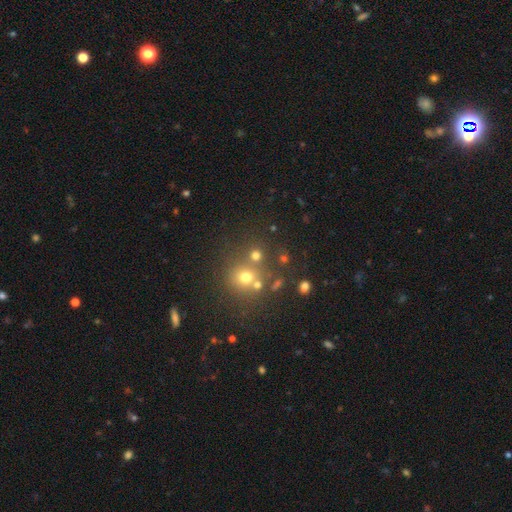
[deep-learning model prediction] The model was most divided on "merging": none: 64%, merger: 23%, minor disturbance: 9%, major disturbance: 4%. More confident: how rounded — round (87%); smooth or featured — smooth (67%).